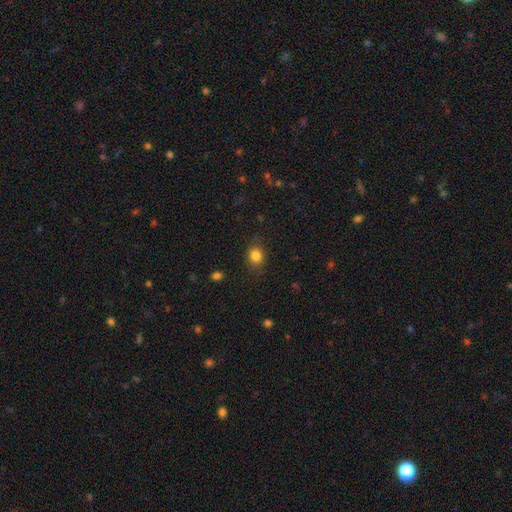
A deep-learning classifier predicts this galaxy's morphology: A smooth galaxy with no disk features (84%) that is round (60%). Merging: none (84%).